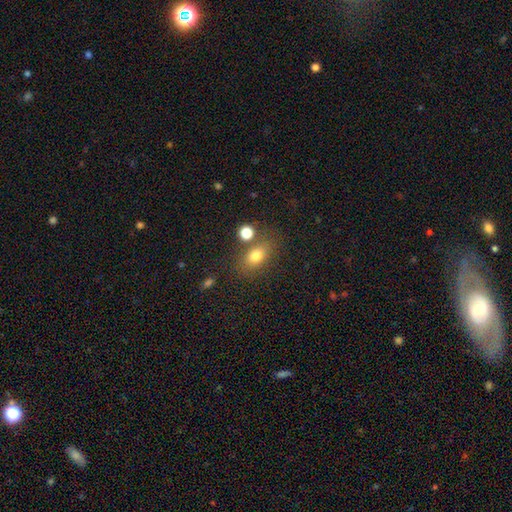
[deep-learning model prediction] Q: Smooth or featured?
A: smooth (77%); runner-up: star or artifact (12%)
Q: How rounded?
A: in between (73%); runner-up: round (24%)
Q: Merging?
A: none (68%); runner-up: minor disturbance (14%)